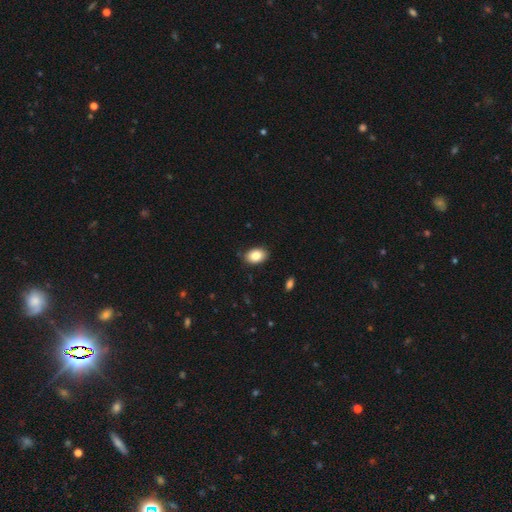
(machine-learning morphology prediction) A smooth galaxy with no disk features (85%) that is in between round and cigar-shaped (85%). Merging: none (85%).